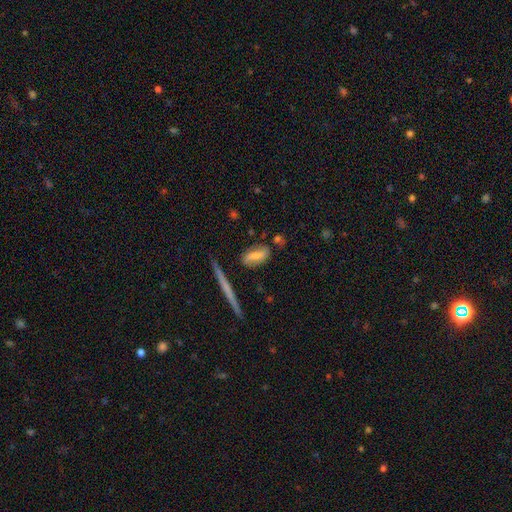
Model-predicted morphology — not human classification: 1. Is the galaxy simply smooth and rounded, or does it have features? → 52% smooth, 40% featured or disk, 8% star or artifact.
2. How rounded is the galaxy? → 70% in between, 25% cigar-shaped, 5% round.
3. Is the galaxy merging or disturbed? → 68% none, 20% minor disturbance, 6% major disturbance, 5% merger.